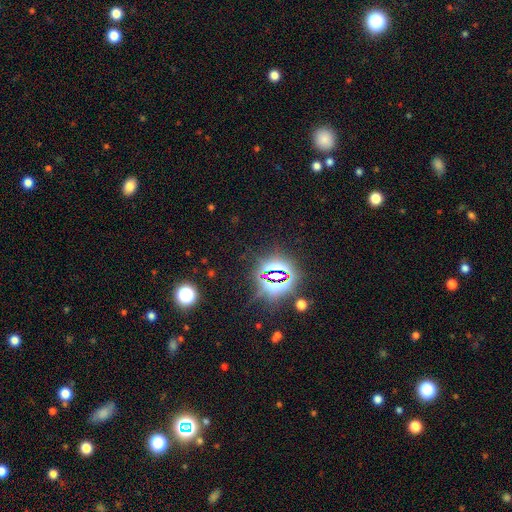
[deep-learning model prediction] star or artifact 78%, smooth 15%, featured or disk 7%.